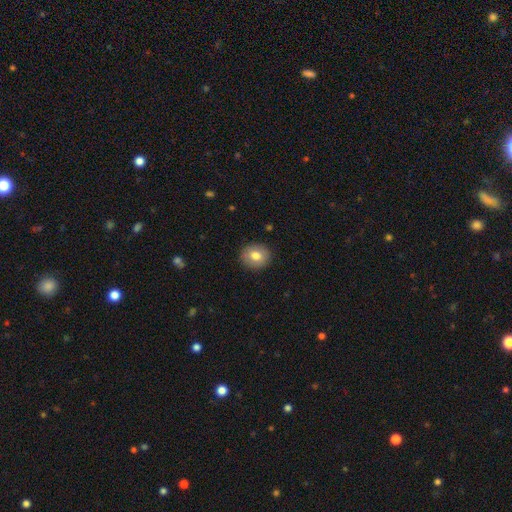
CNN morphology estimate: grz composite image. It shows a smooth galaxy with no disk features (79%) that is round (75%). Merging: none (90%).